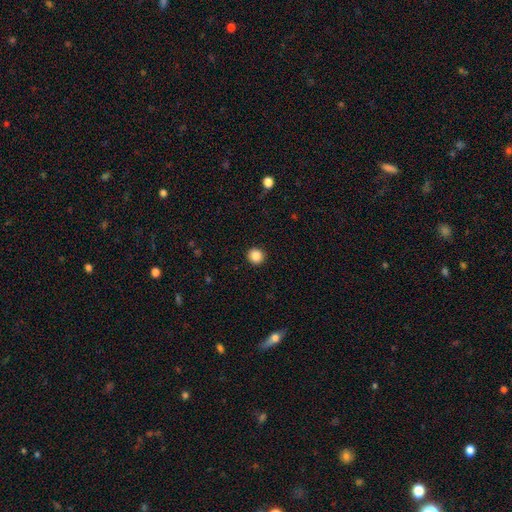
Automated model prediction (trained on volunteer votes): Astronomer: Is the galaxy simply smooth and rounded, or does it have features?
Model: smooth — 86%.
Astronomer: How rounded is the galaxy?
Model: round — 93%.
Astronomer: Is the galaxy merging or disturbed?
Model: none — 93%.